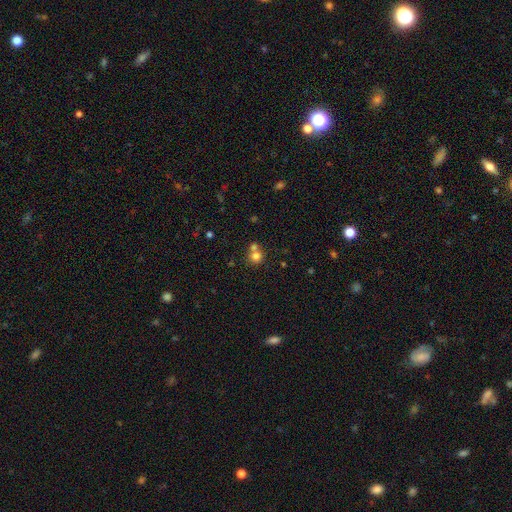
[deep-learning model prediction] Smooth or featured? smooth (76%)
How rounded? round (88%)
Merging? none (49%)